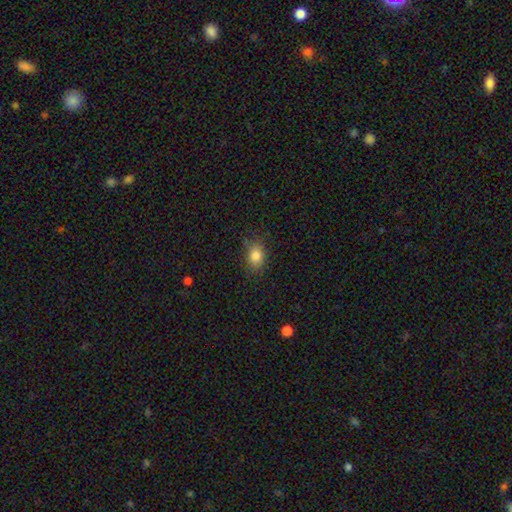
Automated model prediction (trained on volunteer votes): This appears to be a smooth galaxy with no disk features (83%) that is in between round and cigar-shaped (71%). Merging: none (81%).